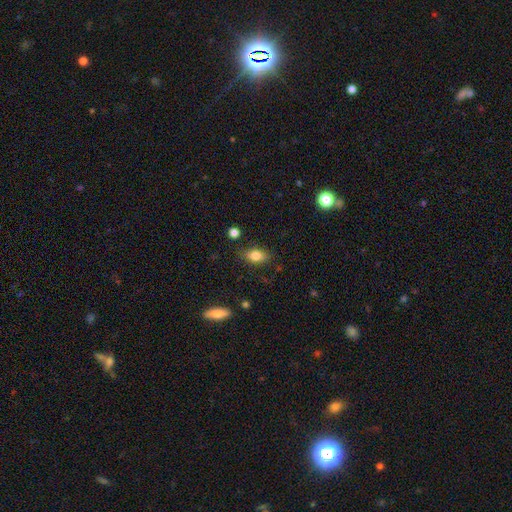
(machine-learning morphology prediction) Smooth or featured? Predicted: smooth (p=0.81). How rounded? Predicted: in between (p=0.84). Merging? Predicted: none (p=0.80).